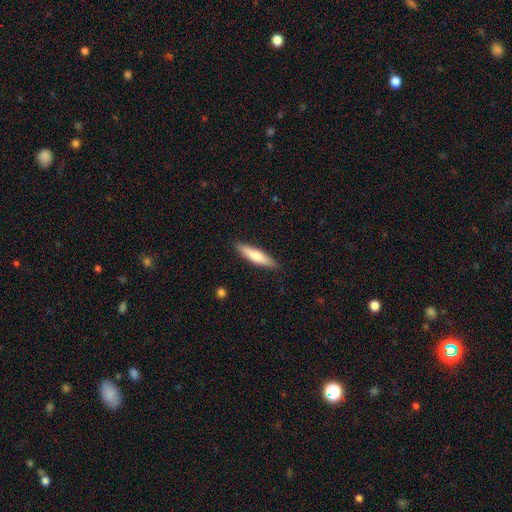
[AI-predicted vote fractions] Smooth or featured?
  - smooth: 67% *
  - featured or disk: 27%
  - star or artifact: 5%
How rounded?
  - cigar-shaped: 79% *
  - in between: 19%
  - round: 1%
Merging?
  - none: 88% *
  - minor disturbance: 9%
  - major disturbance: 2%
  - merger: 1%